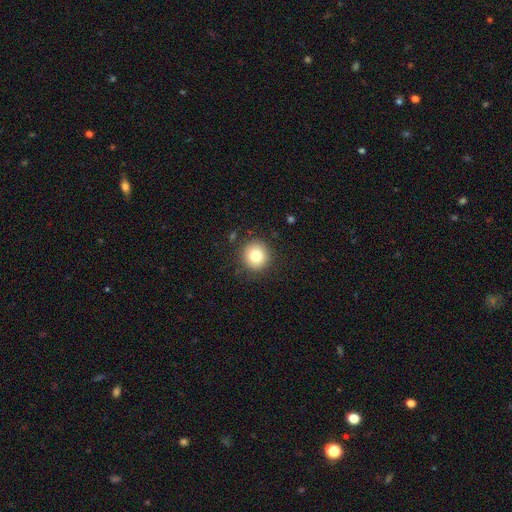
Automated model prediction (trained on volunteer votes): This appears to be a smooth galaxy with no disk features (81%) that is round (94%). Merging: none (89%).